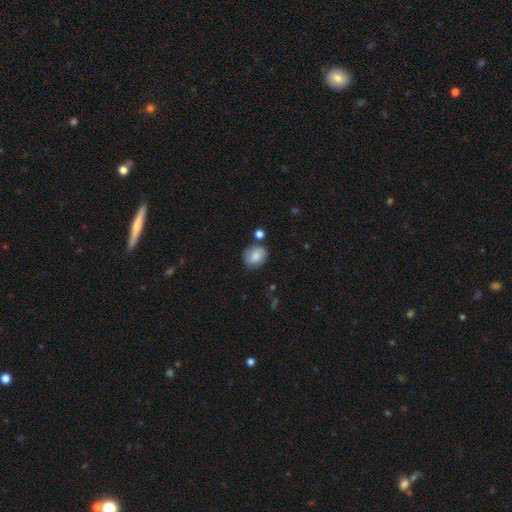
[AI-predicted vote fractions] Morphology: type=smooth (77%); roundness=round (60%); merging=none (73%).